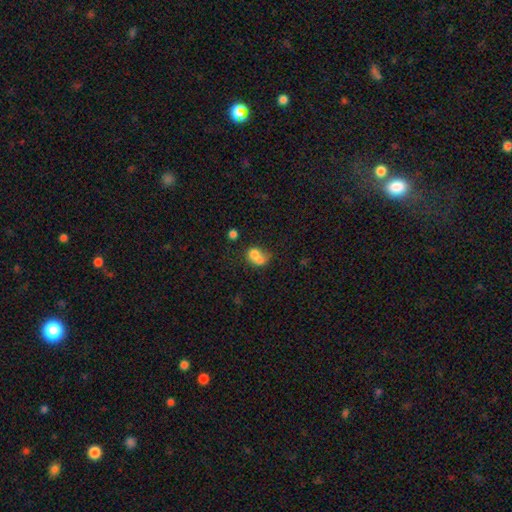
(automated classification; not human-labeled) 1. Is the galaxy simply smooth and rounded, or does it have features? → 69% smooth, 20% featured or disk, 11% star or artifact.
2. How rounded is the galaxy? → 50% round, 49% in between, 1% cigar-shaped.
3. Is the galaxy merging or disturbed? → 65% merger, 20% none, 9% minor disturbance, 6% major disturbance.